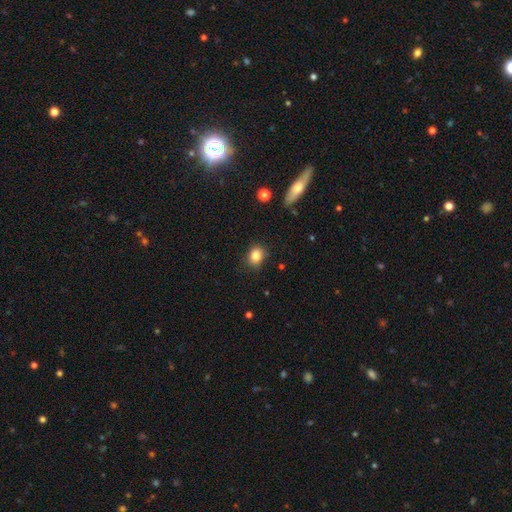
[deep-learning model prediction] Smooth or featured?
  - smooth: 84% *
  - star or artifact: 10%
  - featured or disk: 5%
How rounded?
  - round: 60% *
  - in between: 39%
  - cigar-shaped: 1%
Merging?
  - none: 84% *
  - minor disturbance: 12%
  - major disturbance: 3%
  - merger: 1%